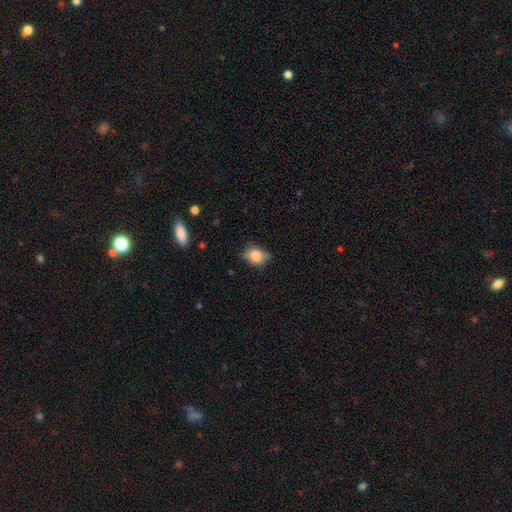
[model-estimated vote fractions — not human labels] A smooth galaxy with no disk features (68%) that is in between round and cigar-shaped (63%).

Vote fractions:
- Smooth or featured? smooth: 68% / featured or disk: 22% / star or artifact: 9%
- How rounded? in between: 63% / round: 33% / cigar-shaped: 3%
- Merging? none: 69% / minor disturbance: 24% / major disturbance: 6% / merger: 2%